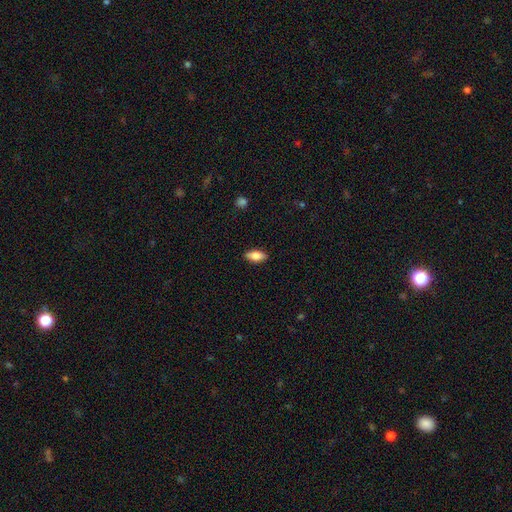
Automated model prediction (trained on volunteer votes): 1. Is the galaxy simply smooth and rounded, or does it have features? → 80% smooth, 14% featured or disk, 7% star or artifact.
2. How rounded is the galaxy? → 86% in between, 11% cigar-shaped, 3% round.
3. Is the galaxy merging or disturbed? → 88% none, 9% minor disturbance, 2% major disturbance, 1% merger.